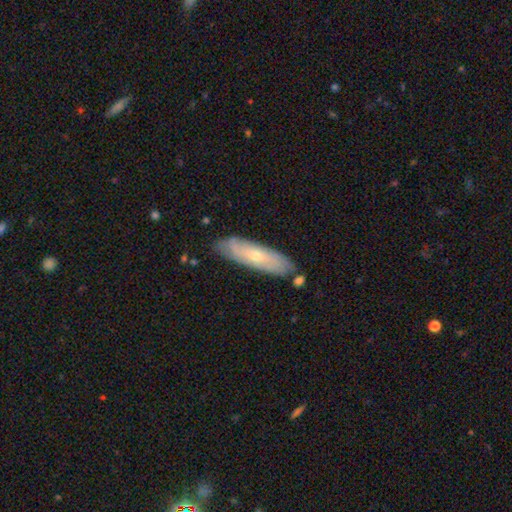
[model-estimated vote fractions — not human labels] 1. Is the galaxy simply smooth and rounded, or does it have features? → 48% featured or disk, 46% smooth, 6% star or artifact.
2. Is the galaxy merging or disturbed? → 79% none, 15% minor disturbance, 3% merger, 3% major disturbance.